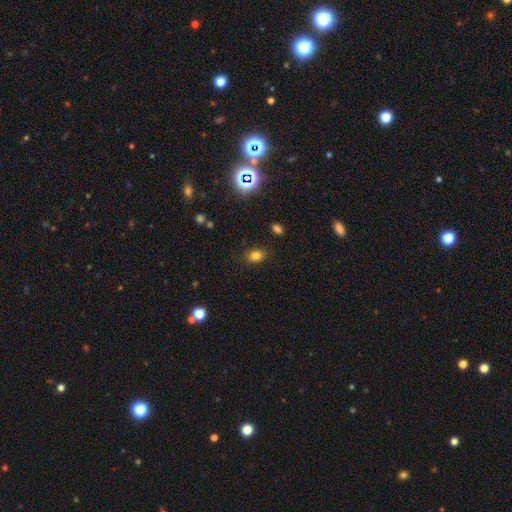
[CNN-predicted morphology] smooth 79%, star or artifact 15%, featured or disk 7%. Down the decision tree: how rounded — in between (64%); merging — none (85%).